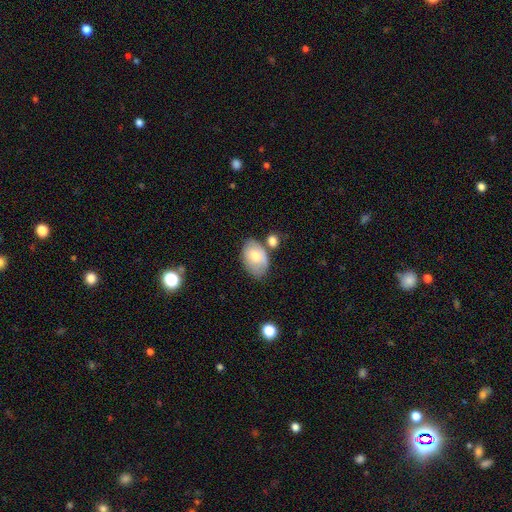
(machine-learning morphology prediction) type=smooth (70%); roundness=in between (88%); merging=none (56%).